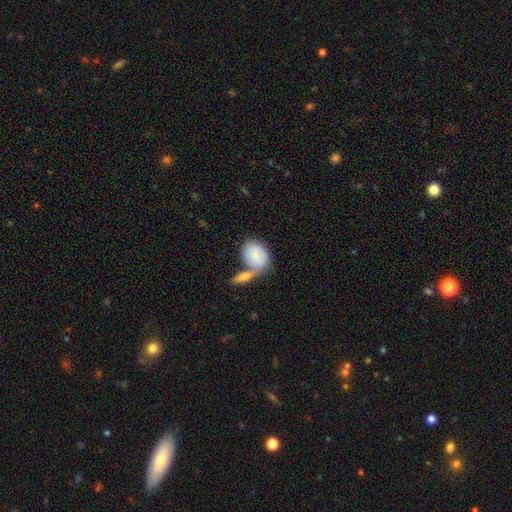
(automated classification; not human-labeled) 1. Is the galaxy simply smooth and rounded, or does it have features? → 79% smooth, 15% featured or disk, 5% star or artifact.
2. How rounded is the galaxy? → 76% in between, 22% round, 2% cigar-shaped.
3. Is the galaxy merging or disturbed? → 44% merger, 37% none, 13% minor disturbance, 5% major disturbance.